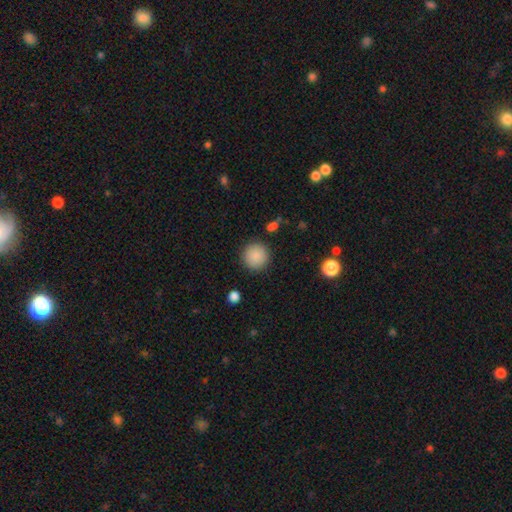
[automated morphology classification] A smooth galaxy with no disk features (87%) that is round (95%).

Vote fractions:
- Smooth or featured? smooth: 87% / star or artifact: 8% / featured or disk: 4%
- How rounded? round: 95% / in between: 4% / cigar-shaped: 1%
- Merging? none: 90% / minor disturbance: 6% / major disturbance: 2% / merger: 2%